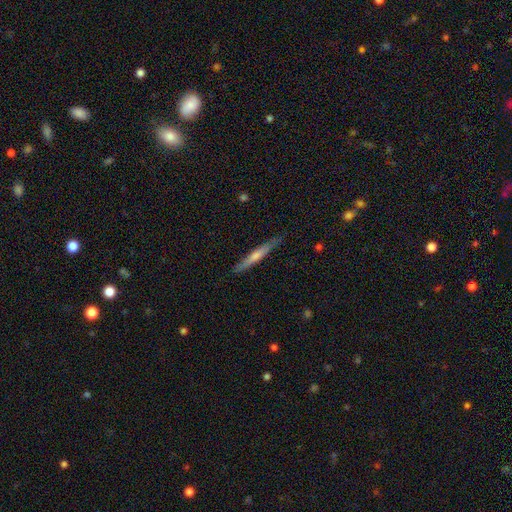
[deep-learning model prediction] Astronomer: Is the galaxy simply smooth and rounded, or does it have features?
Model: featured or disk — 65%.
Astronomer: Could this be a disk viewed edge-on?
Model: yes — 97%.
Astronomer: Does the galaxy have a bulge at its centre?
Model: rounded — 67%.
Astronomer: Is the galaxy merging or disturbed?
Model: none — 88%.